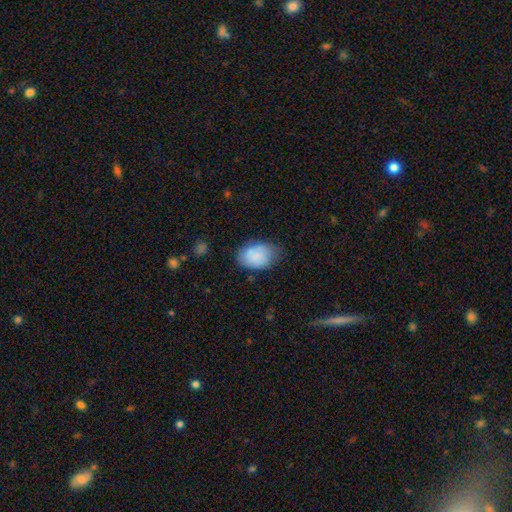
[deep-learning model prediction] smooth 77%, featured or disk 16%, star or artifact 7%. Down the decision tree: how rounded — in between (83%); merging — none (62%).